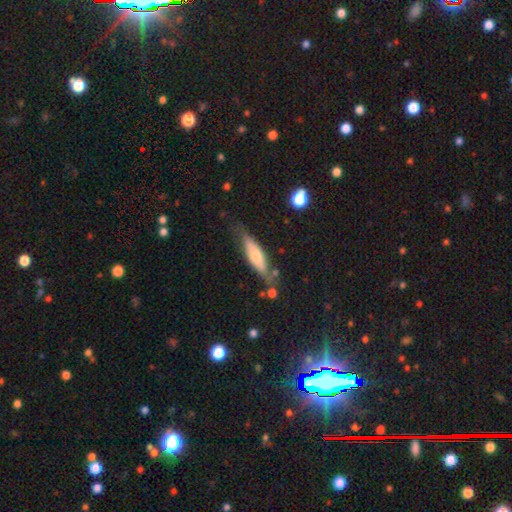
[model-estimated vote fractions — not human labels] Overall: smooth (49%; featured or disk 45%). Merging: none (65%).